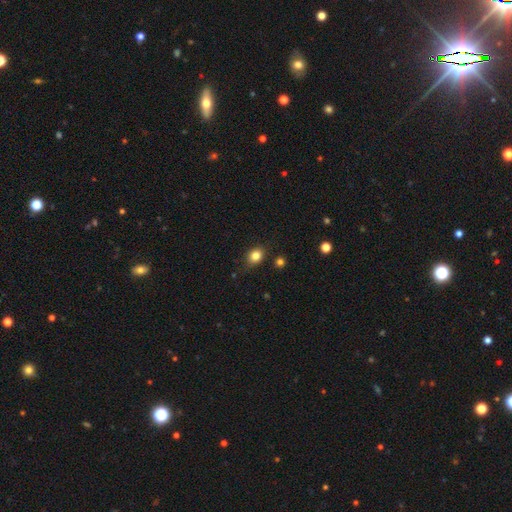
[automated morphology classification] This is clearly a smooth galaxy (83%). How rounded: possibly round (55%). Merging: clearly none (81%).